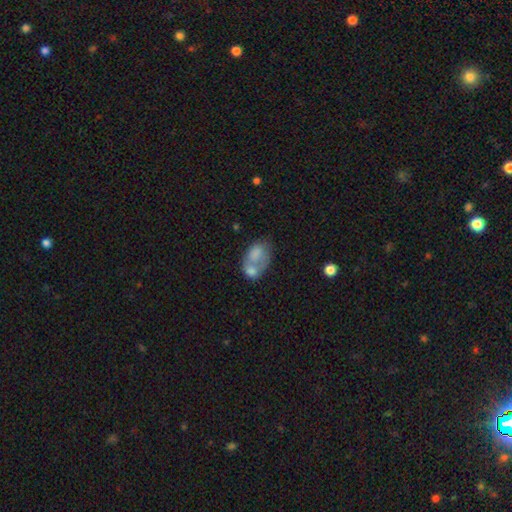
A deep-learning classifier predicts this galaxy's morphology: This is likely a smooth galaxy (65%). How rounded: clearly in between (80%). Merging: possibly merger (58%).